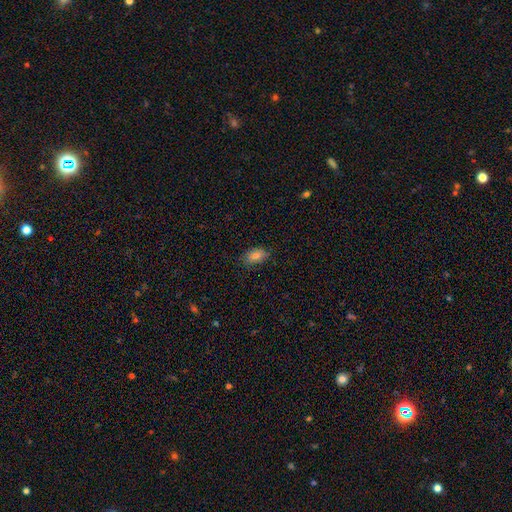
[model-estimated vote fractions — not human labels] A smooth galaxy with no disk features (81%) that is in between round and cigar-shaped (88%). Merging: none (79%).